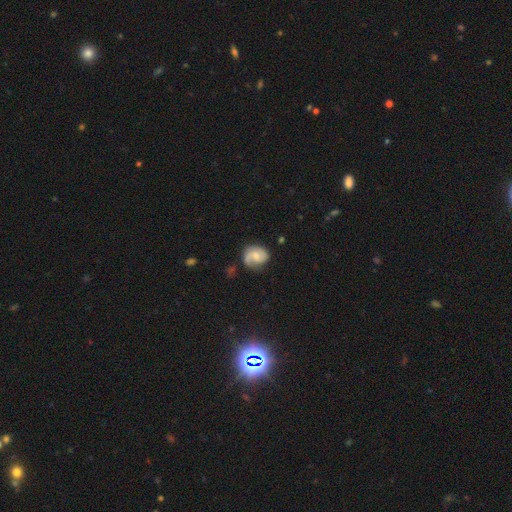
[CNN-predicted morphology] The model was most divided on "bulge size": moderate: 48%, small: 44%, none: 5%, large: 2%, dominant: 1%. Remaining: edge-on disk — no (98%); spiral arms — yes (91%); bar — no (65%); smooth or featured — featured or disk (65%); merging — none (63%); spiral arm count — 2 (62%); spiral winding — medium (41%).